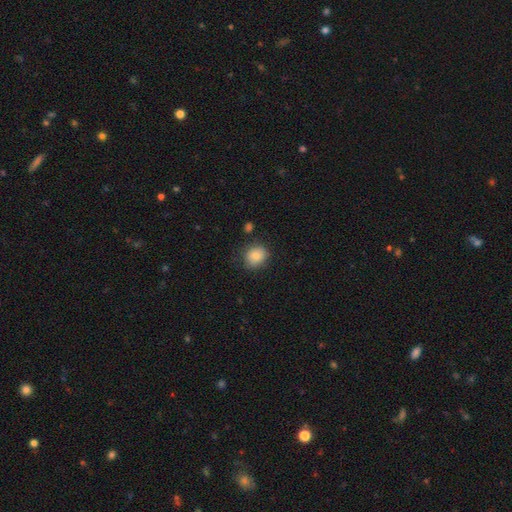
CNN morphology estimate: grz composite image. It shows a smooth galaxy with no disk features (84%) that is round (69%). Merging: none (79%).